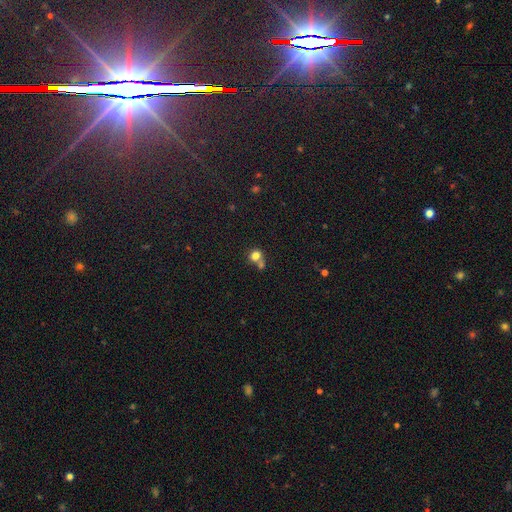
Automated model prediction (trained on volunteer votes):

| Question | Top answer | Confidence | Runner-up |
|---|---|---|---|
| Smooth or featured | smooth | 78% | star or artifact (13%) |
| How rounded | round | 77% | in between (22%) |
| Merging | merger | 45% | none (42%) |